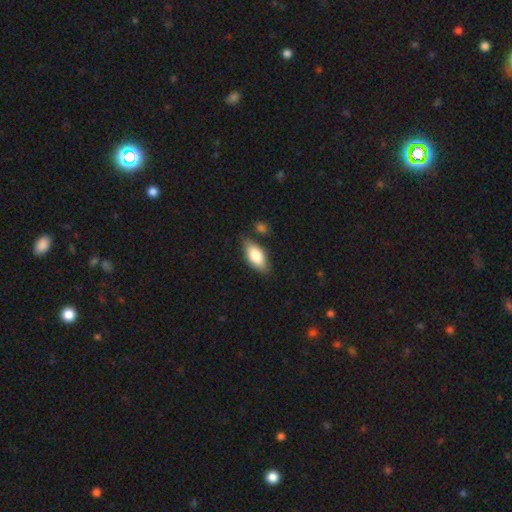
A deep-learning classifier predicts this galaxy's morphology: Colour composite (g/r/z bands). It shows a smooth galaxy with no disk features (77%) that is in between round and cigar-shaped (85%). Merging: none (76%).